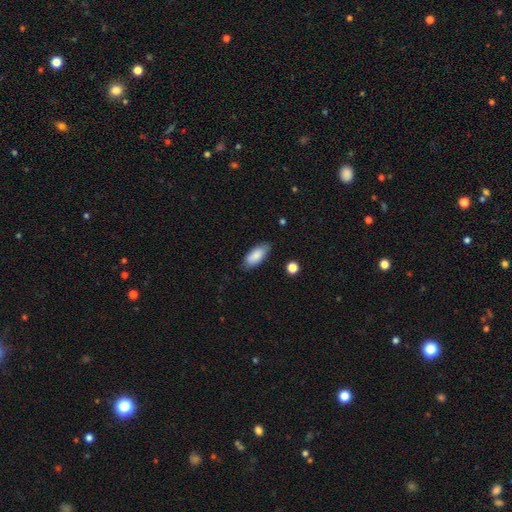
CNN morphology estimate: Smooth or featured?
  - smooth: 86% *
  - featured or disk: 8%
  - star or artifact: 6%
How rounded?
  - in between: 87% *
  - cigar-shaped: 12%
  - round: 2%
Merging?
  - none: 80% *
  - minor disturbance: 15%
  - major disturbance: 3%
  - merger: 1%